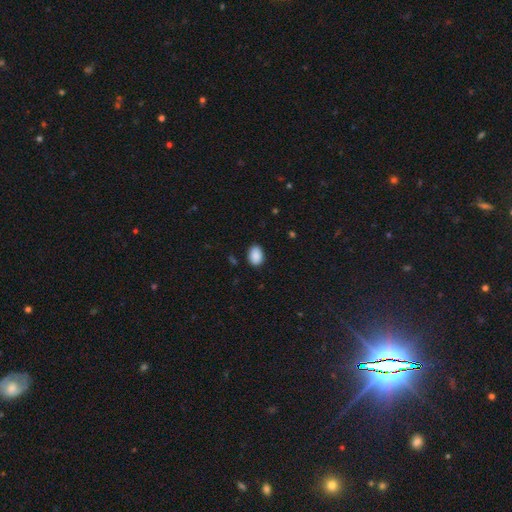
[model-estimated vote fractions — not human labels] A smooth galaxy with no disk features (90%) that is in between round and cigar-shaped (83%).

Vote fractions:
- Smooth or featured? smooth: 90% / star or artifact: 7% / featured or disk: 3%
- How rounded? in between: 83% / round: 16% / cigar-shaped: 1%
- Merging? none: 86% / minor disturbance: 10% / major disturbance: 2% / merger: 1%